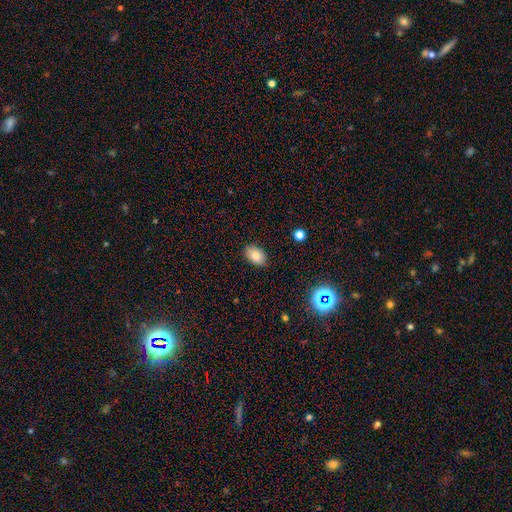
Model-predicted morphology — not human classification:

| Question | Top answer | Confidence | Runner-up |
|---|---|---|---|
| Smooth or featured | smooth | 82% | star or artifact (9%) |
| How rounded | in between | 86% | round (13%) |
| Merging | none | 87% | minor disturbance (10%) |